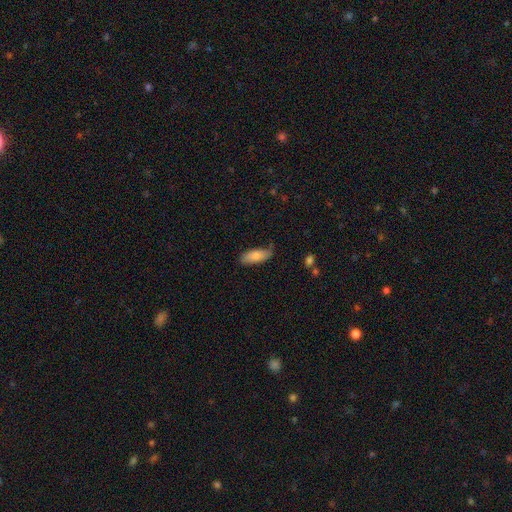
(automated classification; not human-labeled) The model was most divided on "merging": none: 71%, minor disturbance: 23%, major disturbance: 4%, merger: 2%. More confident: smooth or featured — smooth (80%); how rounded — in between (73%).